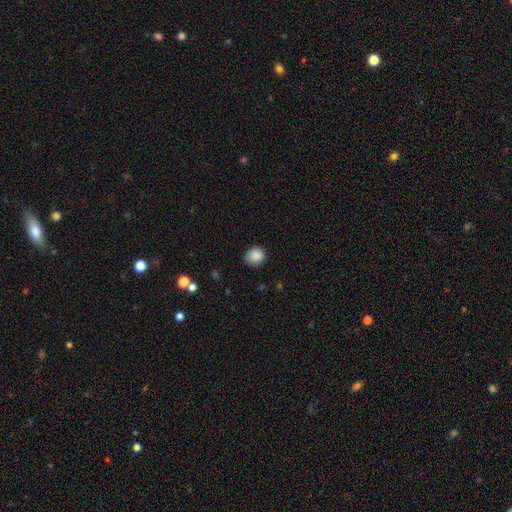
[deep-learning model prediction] Morphology: type=smooth (88%); roundness=round (78%); merging=none (81%).